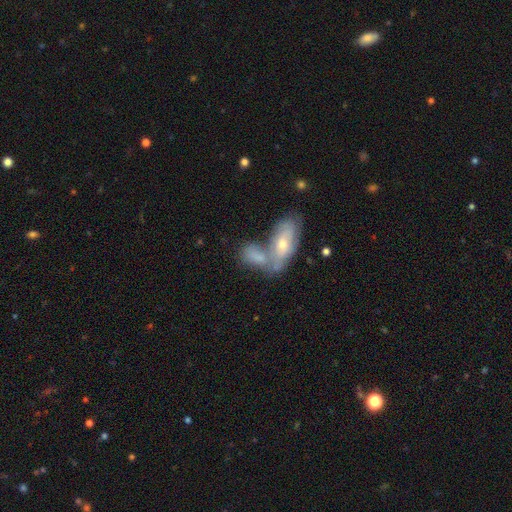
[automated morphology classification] Overall: smooth (64%; featured or disk 28%). How rounded: in between (83%). Merging: merger (60%; none 23%).